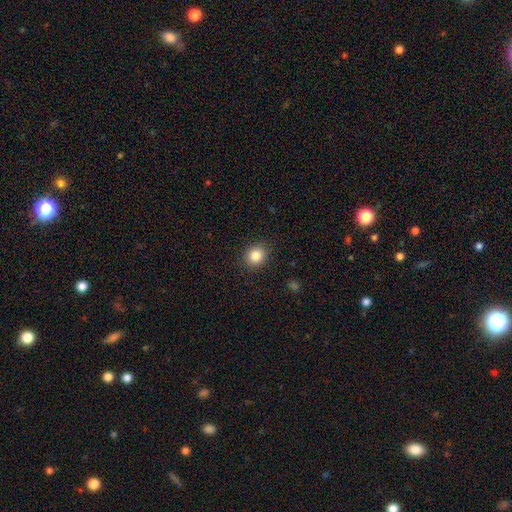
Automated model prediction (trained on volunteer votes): smooth-or-featured: smooth: 84% | star or artifact: 10% | featured or disk: 6%
  how-rounded: round: 72% | in between: 27% | cigar-shaped: 1%
  merging: none: 87% | minor disturbance: 9% | major disturbance: 3% | merger: 1%